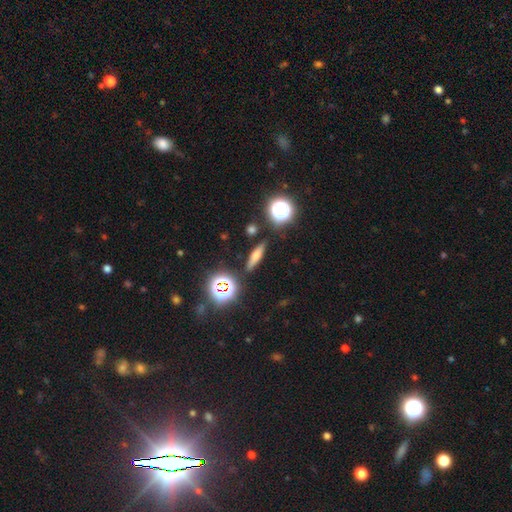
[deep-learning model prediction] Smooth or featured: smooth — 61% (featured or disk — 22%)
How rounded: cigar-shaped — 69% (in between — 21%)
Merging: none — 86% (minor disturbance — 9%)